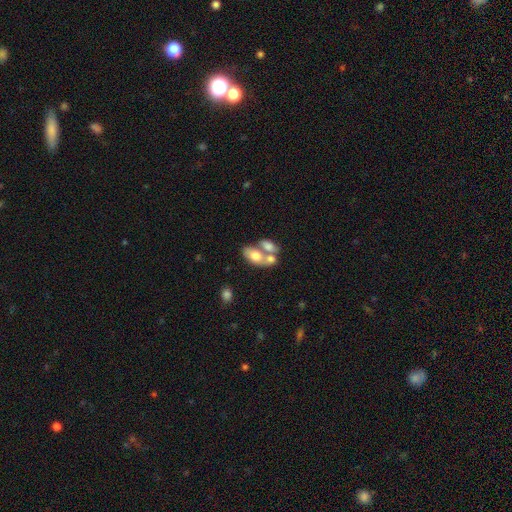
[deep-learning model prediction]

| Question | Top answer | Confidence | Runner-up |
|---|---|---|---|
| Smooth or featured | smooth | 65% | featured or disk (27%) |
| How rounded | in between | 88% | round (10%) |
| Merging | merger | 66% | none (20%) |